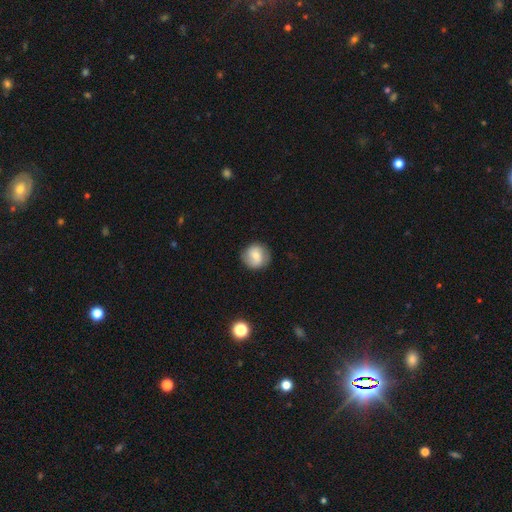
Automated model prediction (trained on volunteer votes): This appears to be a smooth galaxy with no disk features (59%) that is round (90%). Merging: none (85%).